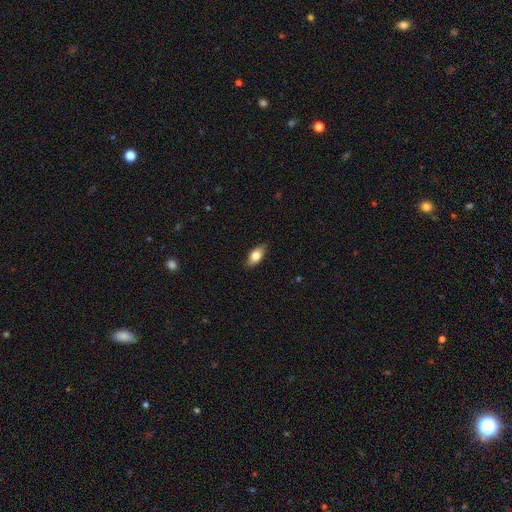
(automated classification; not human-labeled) This is likely a smooth galaxy (76%). How rounded: clearly in between (86%). Merging: clearly none (85%).